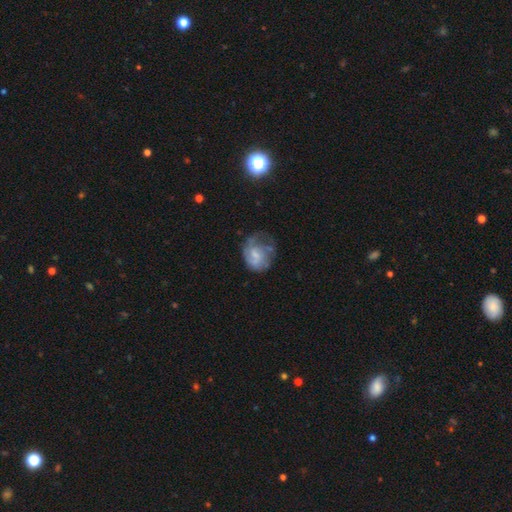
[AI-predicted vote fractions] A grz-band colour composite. It shows a featured or disk galaxy (49%). Merging: none (35%).